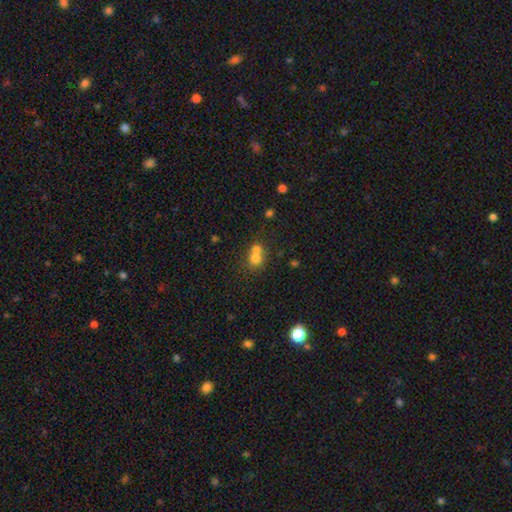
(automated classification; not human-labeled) Smooth or featured: smooth — 71% (featured or disk — 16%)
How rounded: round — 75% (in between — 24%)
Merging: merger — 63% (none — 29%)